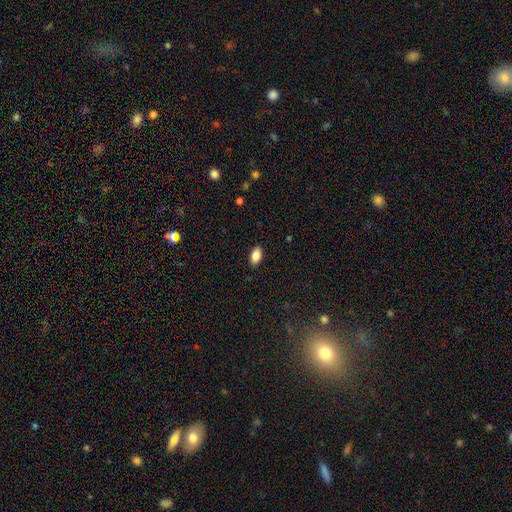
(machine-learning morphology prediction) Q: Smooth or featured?
A: smooth (86%); runner-up: star or artifact (8%)
Q: How rounded?
A: in between (92%); runner-up: round (4%)
Q: Merging?
A: none (89%); runner-up: minor disturbance (8%)